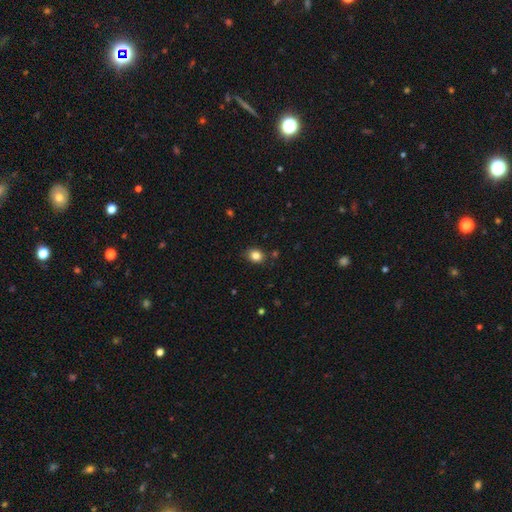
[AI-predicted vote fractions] smooth-or-featured: smooth: 84% | star or artifact: 11% | featured or disk: 5%
  how-rounded: round: 60% | in between: 39% | cigar-shaped: 1%
  merging: none: 83% | minor disturbance: 12% | major disturbance: 3% | merger: 2%